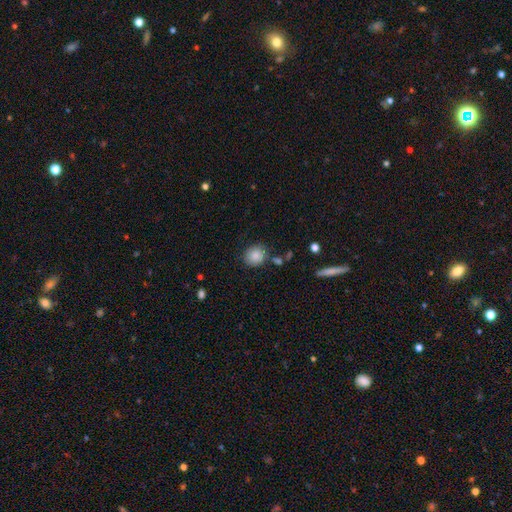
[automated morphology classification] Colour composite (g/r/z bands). It shows a smooth galaxy with no disk features (86%) that is round (81%). Merging: none (79%).